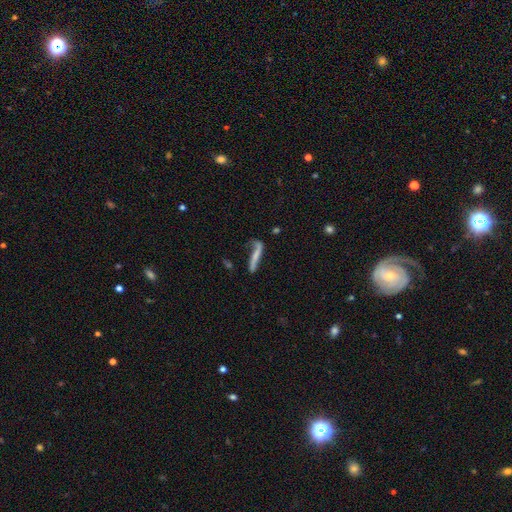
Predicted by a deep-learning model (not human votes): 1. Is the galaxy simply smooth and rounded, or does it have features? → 52% smooth, 40% featured or disk, 8% star or artifact.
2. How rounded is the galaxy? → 88% cigar-shaped, 10% in between, 2% round.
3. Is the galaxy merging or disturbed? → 43% none, 26% minor disturbance, 22% major disturbance, 9% merger.